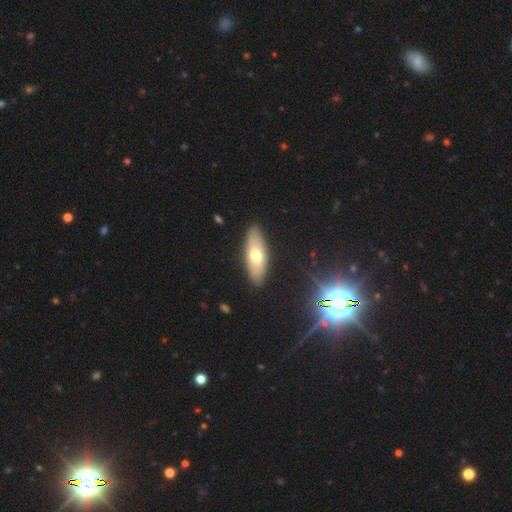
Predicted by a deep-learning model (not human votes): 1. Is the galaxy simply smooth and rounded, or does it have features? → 59% smooth, 32% featured or disk, 9% star or artifact.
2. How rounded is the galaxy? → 68% in between, 29% cigar-shaped, 3% round.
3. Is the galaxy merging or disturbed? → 88% none, 9% minor disturbance, 2% major disturbance, 1% merger.